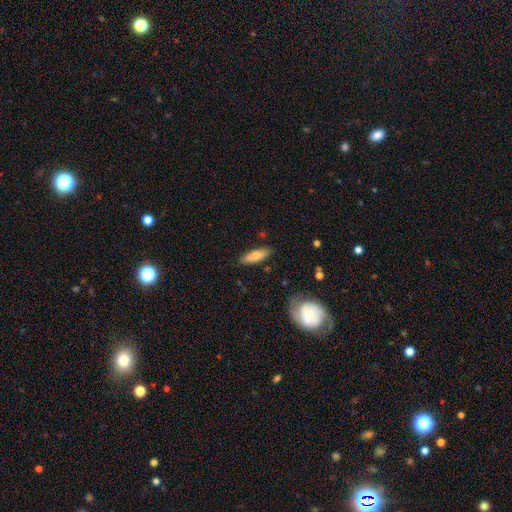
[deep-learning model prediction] Smooth or featured?
  - smooth: 75% *
  - featured or disk: 18%
  - star or artifact: 6%
How rounded?
  - cigar-shaped: 50% *
  - in between: 48%
  - round: 2%
Merging?
  - none: 85% *
  - minor disturbance: 11%
  - major disturbance: 2%
  - merger: 2%